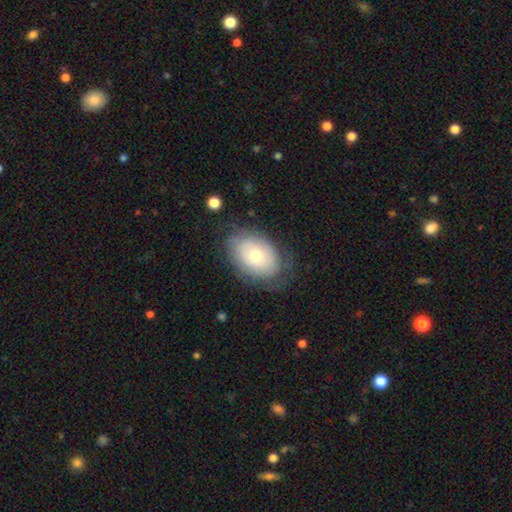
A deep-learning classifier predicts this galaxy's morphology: Smooth or featured? smooth (55%)
How rounded? in between (82%)
Merging? none (69%)